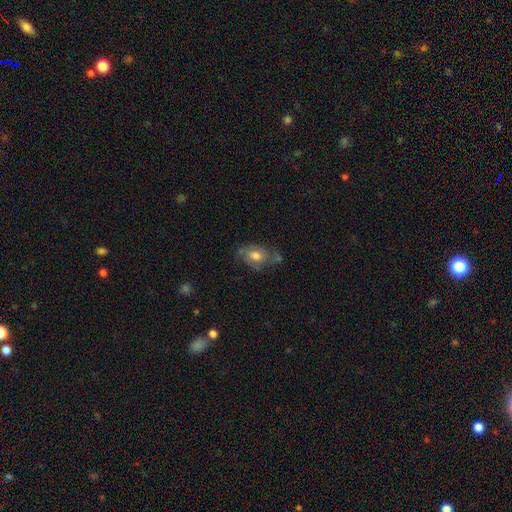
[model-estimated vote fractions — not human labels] featured or disk 52%, smooth 38%, star or artifact 10%. Down the decision tree: edge-on disk — no (93%); merging — none (54%).